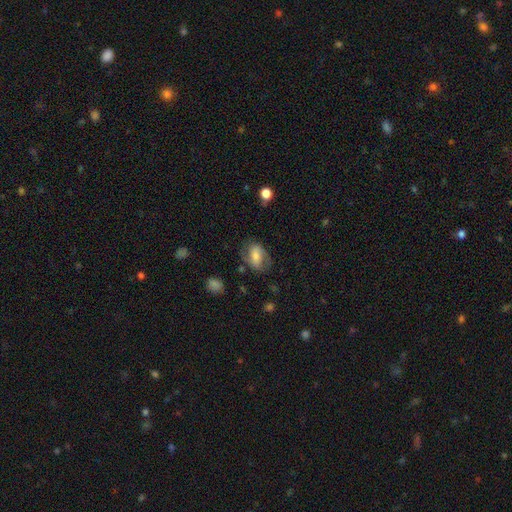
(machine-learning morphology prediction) Smooth or featured? Predicted: featured or disk (p=0.48). Merging? Predicted: none (p=0.67).